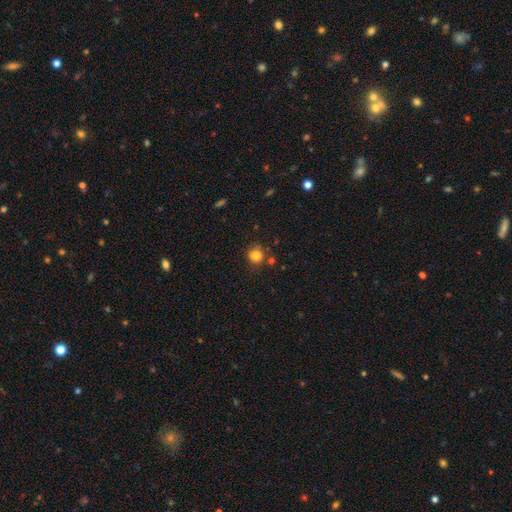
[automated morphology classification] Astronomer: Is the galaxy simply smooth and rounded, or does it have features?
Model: smooth — 83%.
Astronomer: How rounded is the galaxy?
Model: round — 86%.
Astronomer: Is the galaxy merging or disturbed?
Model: none — 78%.